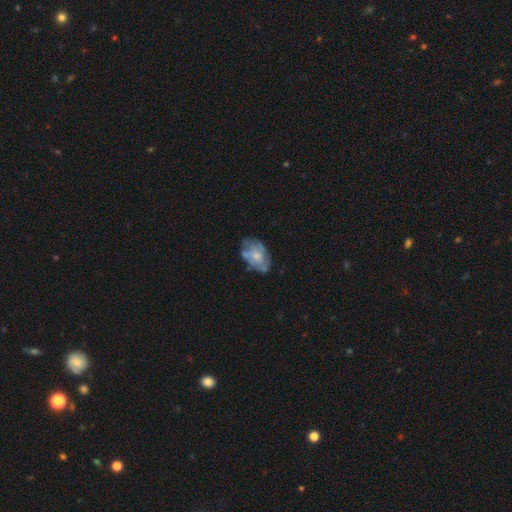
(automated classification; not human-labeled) featured or disk 56%, smooth 37%, star or artifact 7%. Down the decision tree: edge-on disk — no (96%); bar — no (84%); spiral arms — no (54%); bulge size — small (46%); merging — none (58%).